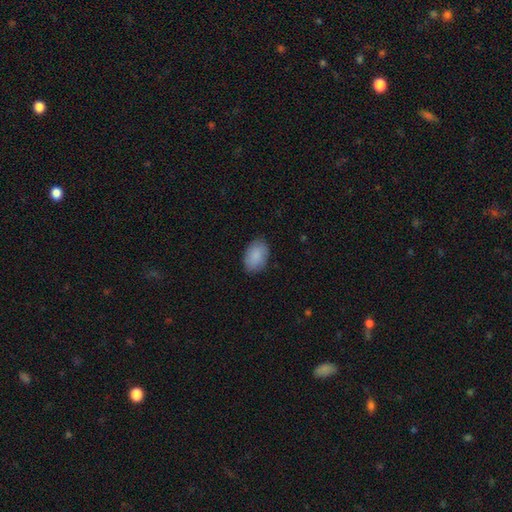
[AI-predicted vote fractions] smooth-or-featured: smooth: 88% | star or artifact: 6% | featured or disk: 6%
  how-rounded: in between: 87% | round: 12% | cigar-shaped: 1%
  merging: none: 85% | minor disturbance: 11% | major disturbance: 3% | merger: 1%